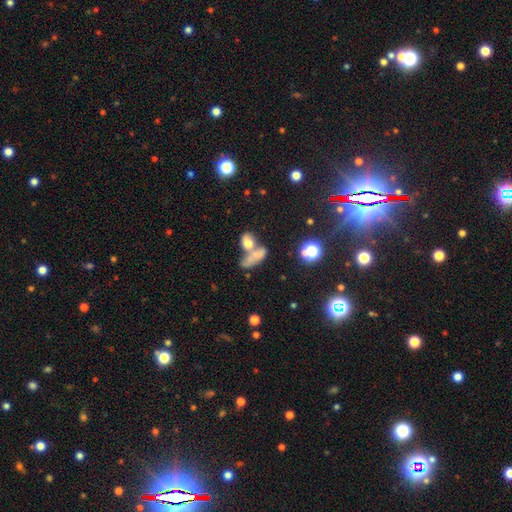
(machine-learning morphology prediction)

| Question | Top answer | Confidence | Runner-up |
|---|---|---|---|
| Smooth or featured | smooth | 65% | featured or disk (20%) |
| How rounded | in between | 66% | cigar-shaped (17%) |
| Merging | merger | 53% | none (25%) |